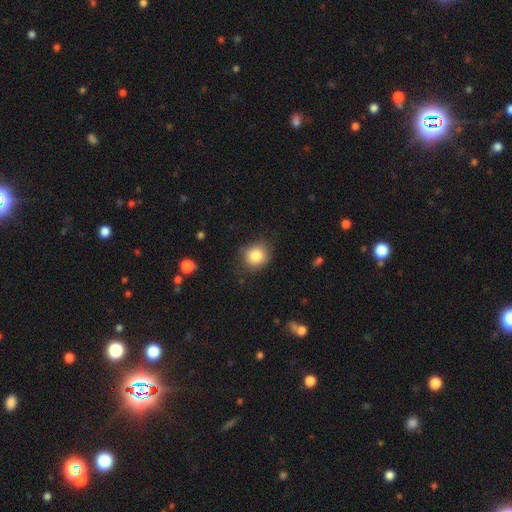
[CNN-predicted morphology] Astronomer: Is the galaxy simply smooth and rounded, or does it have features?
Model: smooth — 83%.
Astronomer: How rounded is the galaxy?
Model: round — 78%.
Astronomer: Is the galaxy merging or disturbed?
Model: none — 81%.